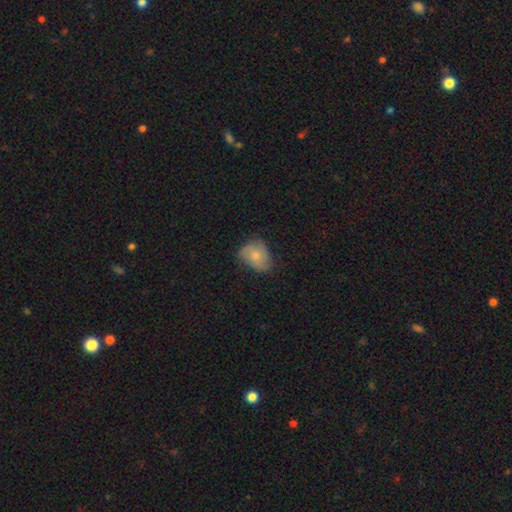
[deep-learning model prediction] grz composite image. It shows a smooth galaxy with no disk features (70%) that is in between round and cigar-shaped (59%). Merging: none (52%).